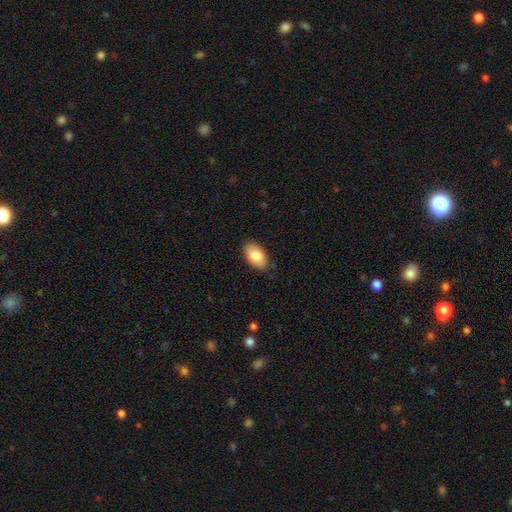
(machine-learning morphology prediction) The model was most divided on "merging": none: 82%, minor disturbance: 14%, major disturbance: 3%, merger: 1%. More confident: how rounded — in between (94%); smooth or featured — smooth (82%).